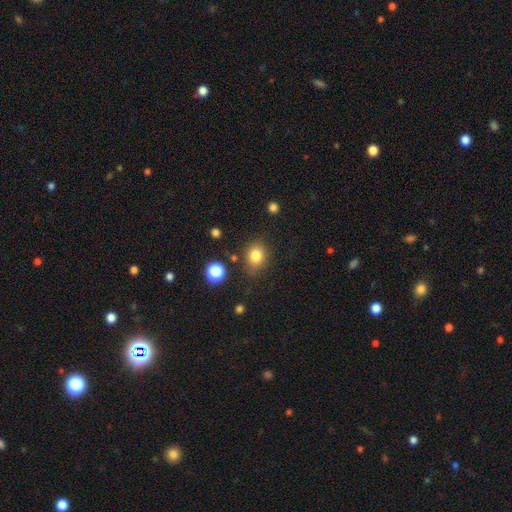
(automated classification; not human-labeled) Q: Smooth or featured?
A: smooth (81%); runner-up: star or artifact (12%)
Q: How rounded?
A: round (56%); runner-up: in between (43%)
Q: Merging?
A: none (77%); runner-up: minor disturbance (15%)